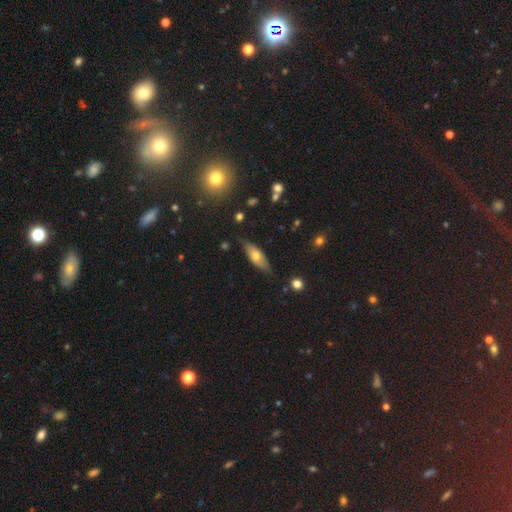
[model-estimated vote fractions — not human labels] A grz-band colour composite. It shows a smooth galaxy with no disk features (60%) that is in between round and cigar-shaped (64%). Merging: none (74%).